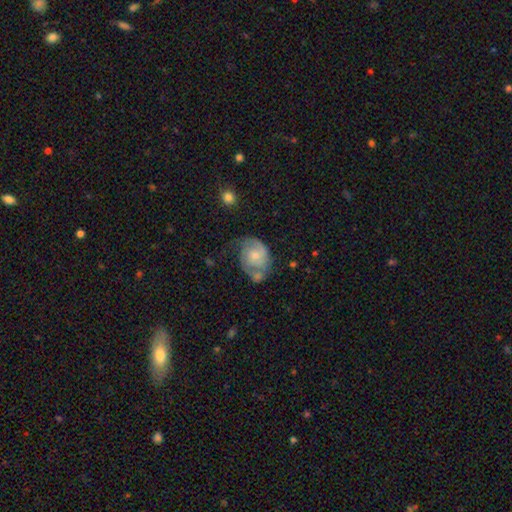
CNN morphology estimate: This is likely a featured or disk galaxy (64%). It is clearly not viewed edge-on (98%). Bar: likely no (69%). Spiral arm pattern: clearly yes (84%). Spiral arm count: possibly 2 (60%). Spiral winding: marginally medium (43%). Central bulge: possibly small (49%). Merging: marginally none (38%).